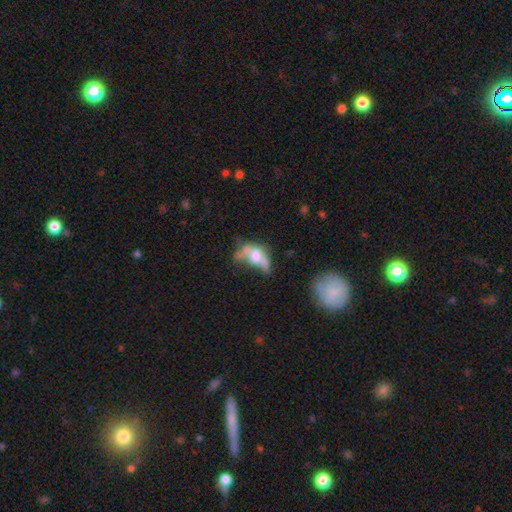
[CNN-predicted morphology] Smooth or featured: featured or disk — 47% (smooth — 41%)
Merging: merger — 34% (tied with major disturbance — 34%)